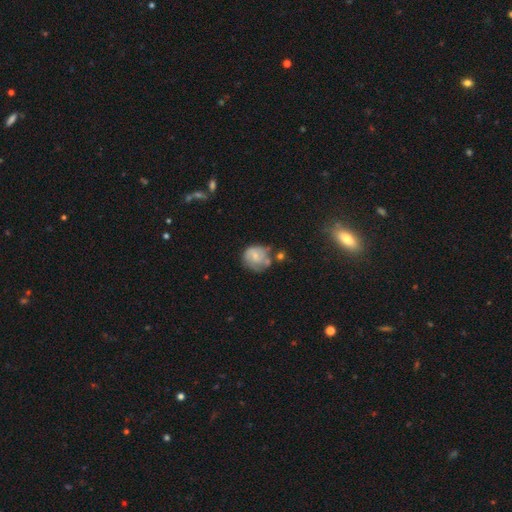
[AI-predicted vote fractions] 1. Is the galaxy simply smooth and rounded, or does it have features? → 50% smooth, 42% featured or disk, 8% star or artifact.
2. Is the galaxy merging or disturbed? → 46% none, 27% minor disturbance, 14% merger, 13% major disturbance.